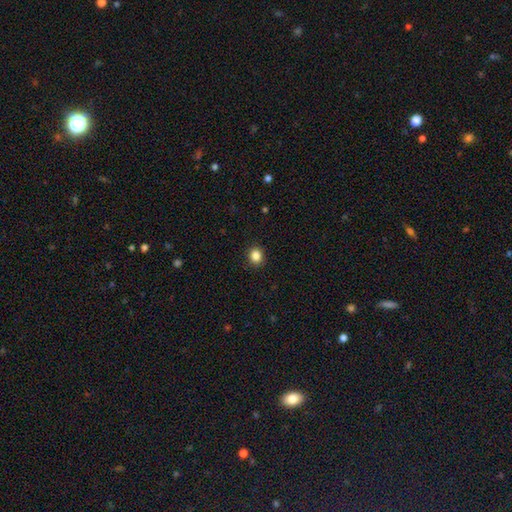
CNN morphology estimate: This is clearly a smooth galaxy (85%). How rounded: likely round (77%). Merging: clearly none (91%).